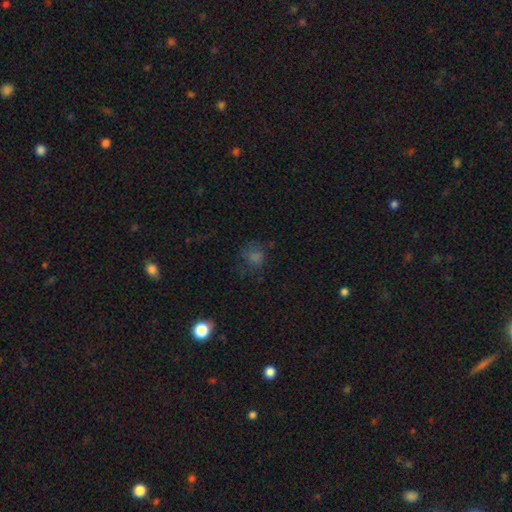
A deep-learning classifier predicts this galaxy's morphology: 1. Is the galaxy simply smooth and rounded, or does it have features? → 55% smooth, 28% star or artifact, 16% featured or disk.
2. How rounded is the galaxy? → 75% round, 23% in between, 1% cigar-shaped.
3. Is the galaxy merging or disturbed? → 66% none, 18% minor disturbance, 14% major disturbance, 2% merger.